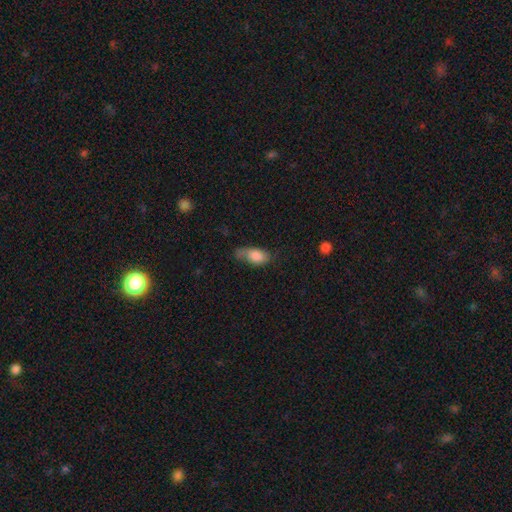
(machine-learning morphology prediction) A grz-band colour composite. It shows a smooth galaxy with no disk features (80%) that is in between round and cigar-shaped (88%). Merging: none (44%).